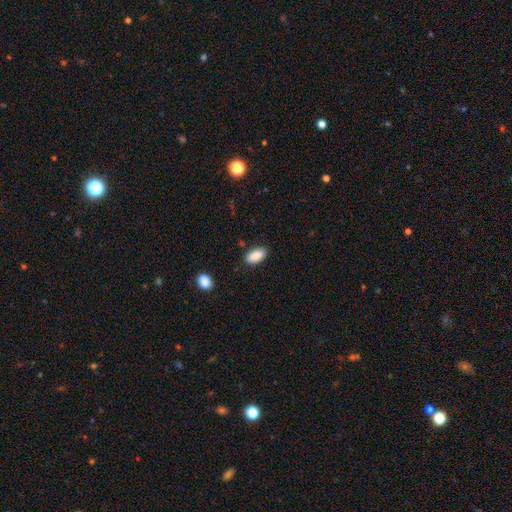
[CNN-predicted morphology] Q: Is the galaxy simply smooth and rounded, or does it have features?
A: smooth — 88%.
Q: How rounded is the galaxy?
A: in between — 93%.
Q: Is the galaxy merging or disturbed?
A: none — 85%.